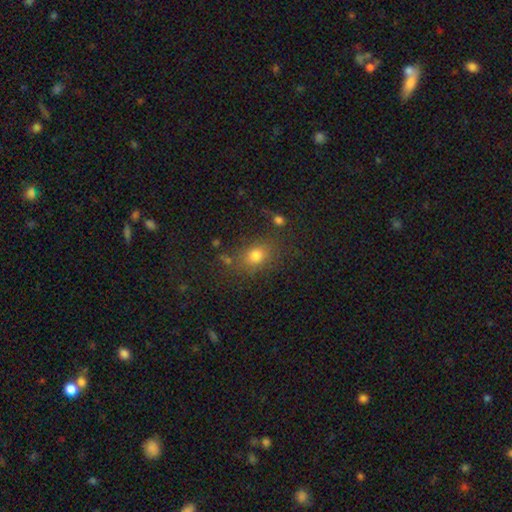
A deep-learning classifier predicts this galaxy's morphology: smooth_or_featured: smooth (p=0.75) [alt: star or artifact p=0.15]
how_rounded: in between (p=0.52) [alt: round p=0.46]
merging: none (p=0.73) [alt: minor disturbance p=0.15]